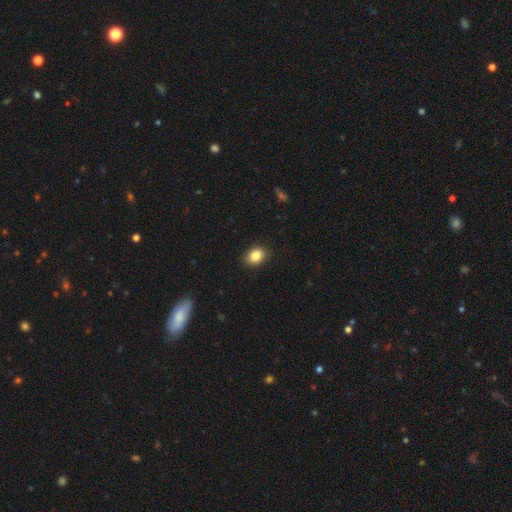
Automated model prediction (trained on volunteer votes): Smooth or featured: smooth — 85% (star or artifact — 9%)
How rounded: in between — 66% (round — 33%)
Merging: none — 88% (minor disturbance — 9%)